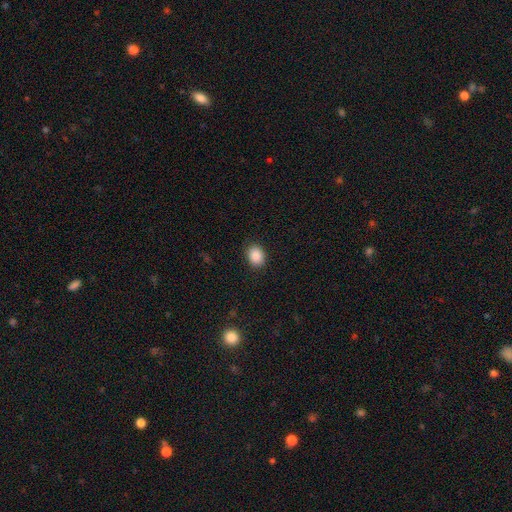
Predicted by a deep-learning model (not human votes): The model was most divided on "how rounded": in between: 56%, round: 43%, cigar-shaped: 1%. More confident: merging — none (89%); smooth or featured — smooth (88%).